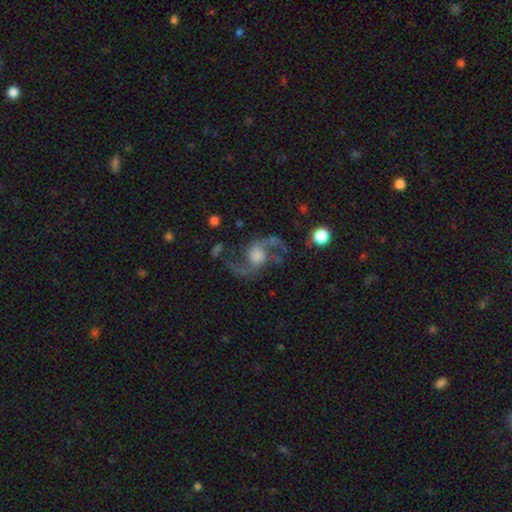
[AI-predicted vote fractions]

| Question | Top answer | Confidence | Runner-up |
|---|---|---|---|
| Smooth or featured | featured or disk | 88% | star or artifact (6%) |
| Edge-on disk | no | 98% | yes (2%) |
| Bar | no | 62% | weak (31%) |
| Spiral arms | yes | 97% | no (3%) |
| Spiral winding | loose | 66% | medium (30%) |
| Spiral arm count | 2 | 93% | 1 (2%) |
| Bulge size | moderate | 40% | large (28%) |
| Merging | none | 69% | minor disturbance (15%) |